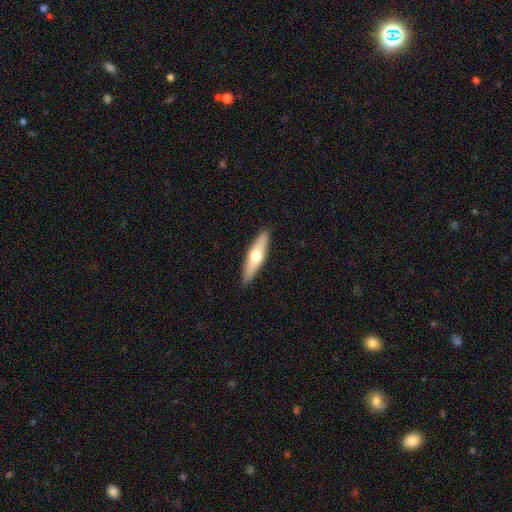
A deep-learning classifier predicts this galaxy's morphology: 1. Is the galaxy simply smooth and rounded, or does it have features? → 50% smooth, 45% featured or disk, 5% star or artifact.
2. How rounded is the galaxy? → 72% cigar-shaped, 26% in between, 2% round.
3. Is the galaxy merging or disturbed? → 90% none, 8% minor disturbance, 2% major disturbance, 1% merger.